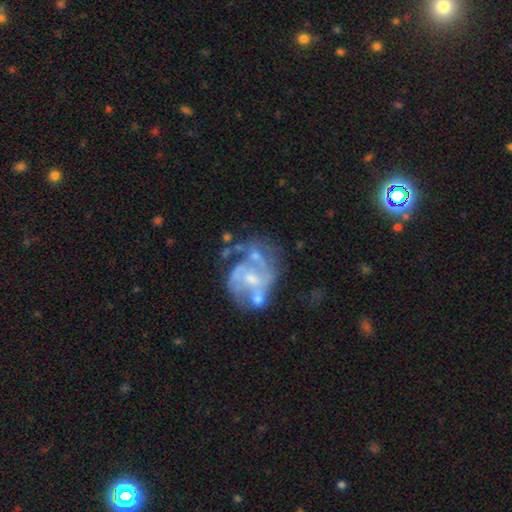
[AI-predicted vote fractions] A featured or disk galaxy (73%) with no bar (60%), spiral arms (57%) and a moderate central bulge (39%).

Vote fractions:
- Smooth or featured? featured or disk: 73% / smooth: 18% / star or artifact: 9%
- Edge-on disk? no: 98% / yes: 2%
- Bar? no: 60% / weak: 32% / strong: 8%
- Spiral arms? yes: 57% / no: 43%
- Bulge size? moderate: 39% / small: 36% / none: 19% / large: 4% / dominant: 2%
- Merging? none: 32% / major disturbance: 27% / merger: 22% / minor disturbance: 19%